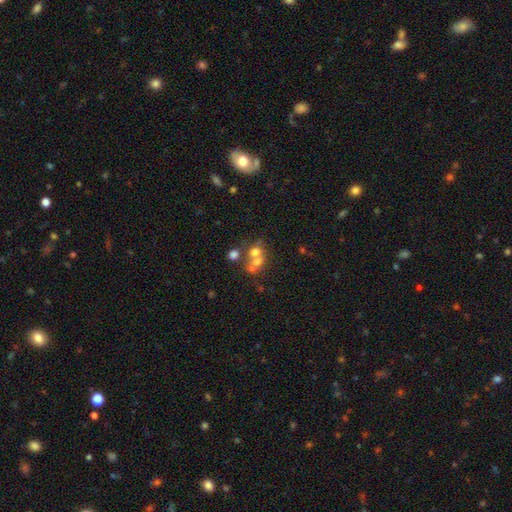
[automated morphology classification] smooth_or_featured: smooth (p=0.58) [alt: featured or disk p=0.26]
how_rounded: round (p=0.60) [alt: in between p=0.38]
merging: merger (p=0.57) [alt: none p=0.28]